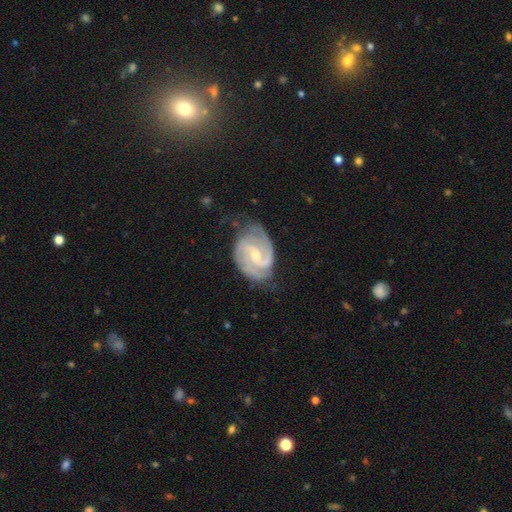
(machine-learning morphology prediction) Smooth or featured?
  - featured or disk: 89% *
  - smooth: 6%
  - star or artifact: 4%
Edge-on disk?
  - no: 98% *
  - yes: 2%
Bar?
  - weak: 56% *
  - no: 26%
  - strong: 18%
Spiral arms?
  - yes: 98% *
  - no: 2%
Spiral winding?
  - tight: 48% *
  - medium: 43%
  - loose: 8%
Spiral arm count?
  - 2: 70% *
  - 3: 14%
  - can't tell: 9%
  - 4: 3%
  - 1: 3%
  - more than 4: 2%
Bulge size?
  - small: 59% *
  - moderate: 37%
  - none: 3%
  - large: 1%
  - dominant: 1%
Merging?
  - none: 68% *
  - minor disturbance: 23%
  - major disturbance: 8%
  - merger: 1%